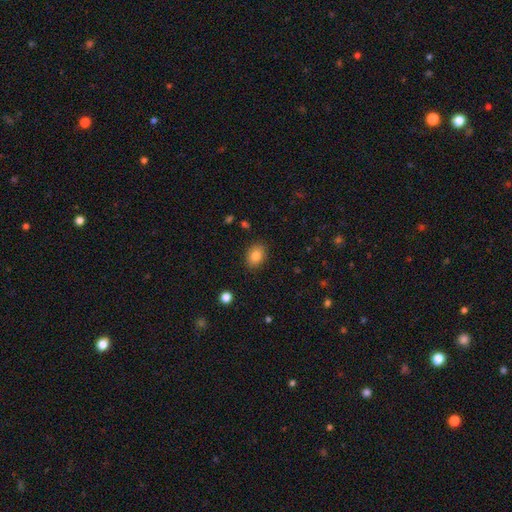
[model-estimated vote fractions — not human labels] The model was most divided on "how rounded": in between: 65%, round: 34%, cigar-shaped: 1%. More confident: merging — none (87%); smooth or featured — smooth (84%).